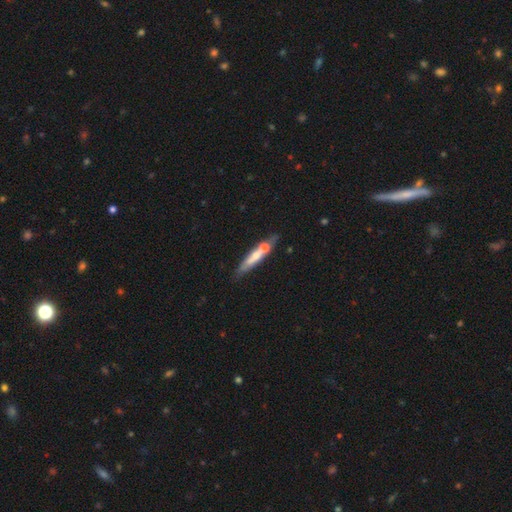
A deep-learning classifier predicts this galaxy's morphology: A featured or disk galaxy (52%) viewed edge-on (78%).

Vote fractions:
- Smooth or featured? featured or disk: 52% / smooth: 41% / star or artifact: 7%
- Edge-on disk? yes: 78% / no: 22%
- Merging? none: 55% / merger: 26% / minor disturbance: 14% / major disturbance: 4%